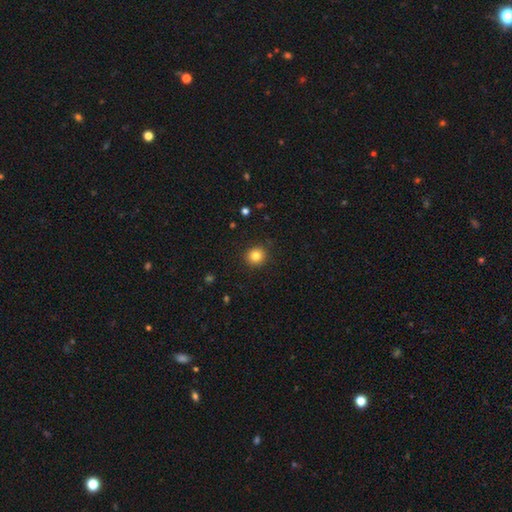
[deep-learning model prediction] This is clearly a smooth galaxy (83%). How rounded: clearly round (91%). Merging: clearly none (91%).